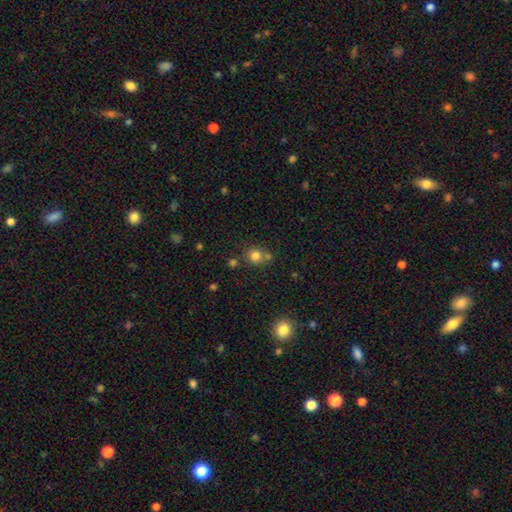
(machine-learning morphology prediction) type=smooth (79%); roundness=round (84%); merging=none (61%).